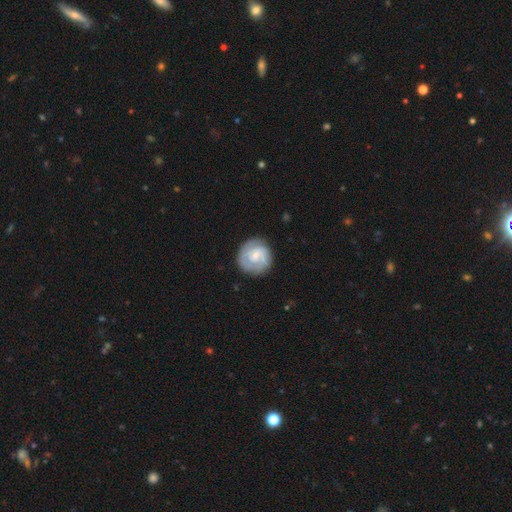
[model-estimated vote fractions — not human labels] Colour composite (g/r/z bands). It shows a featured or disk galaxy (64%) with a weak bar (49%), 2 (56%) tight (55%) spiral arms (90%) and a small central bulge (56%). Merging: none (80%).